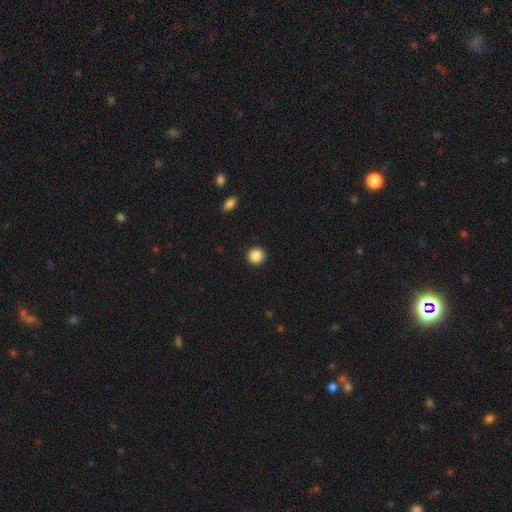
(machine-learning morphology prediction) The model was most divided on "smooth or featured": smooth: 87%, star or artifact: 10%, featured or disk: 3%. More confident: how rounded — round (94%); merging — none (93%).